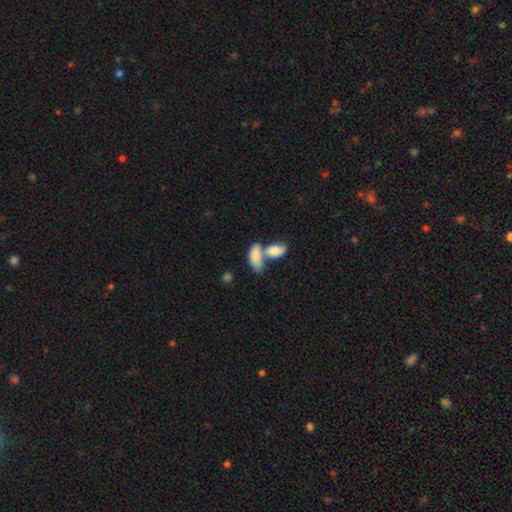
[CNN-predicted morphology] type=smooth (81%); roundness=in between (89%); merging=merger (64%).